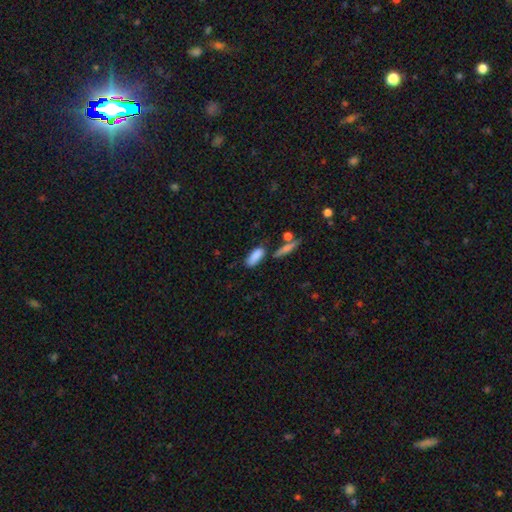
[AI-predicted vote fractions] The model was most divided on "how rounded": in between: 73%, cigar-shaped: 25%, round: 3%. More confident: smooth or featured — smooth (84%); merging — none (66%).